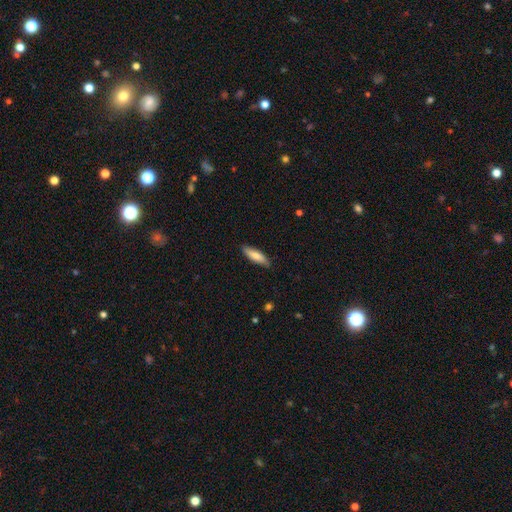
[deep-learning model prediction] Q: Smooth or featured?
A: smooth (75%); runner-up: featured or disk (20%)
Q: How rounded?
A: cigar-shaped (62%); runner-up: in between (36%)
Q: Merging?
A: none (85%); runner-up: minor disturbance (12%)